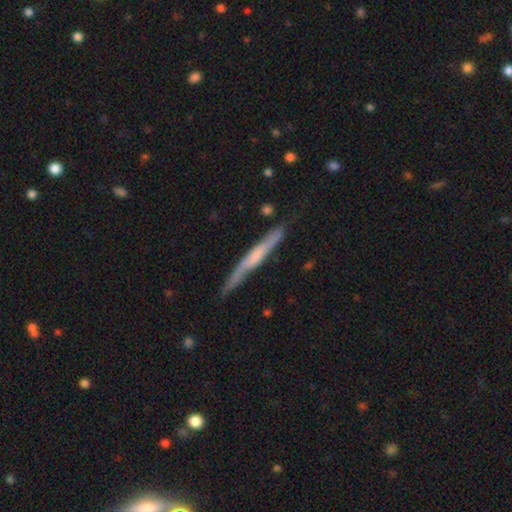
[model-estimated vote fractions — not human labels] Q: Smooth or featured?
A: featured or disk (56%); runner-up: smooth (38%)
Q: Edge-on disk?
A: yes (94%); runner-up: no (6%)
Q: Edge-on bulge?
A: none (49%); runner-up: rounded (31%)
Q: Merging?
A: none (76%); runner-up: minor disturbance (19%)